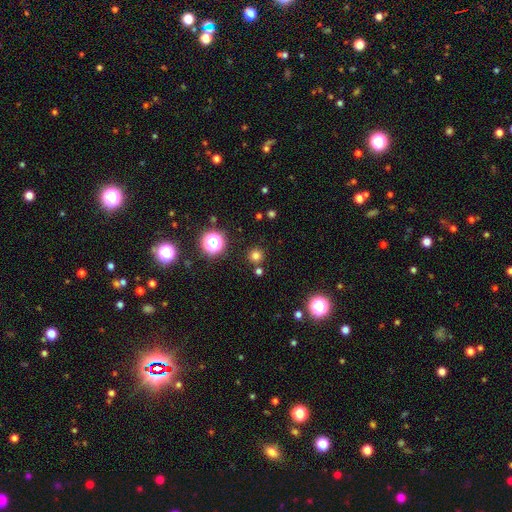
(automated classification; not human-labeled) Q: Smooth or featured?
A: smooth (73%); runner-up: star or artifact (21%)
Q: How rounded?
A: round (95%); runner-up: in between (4%)
Q: Merging?
A: none (86%); runner-up: minor disturbance (6%)